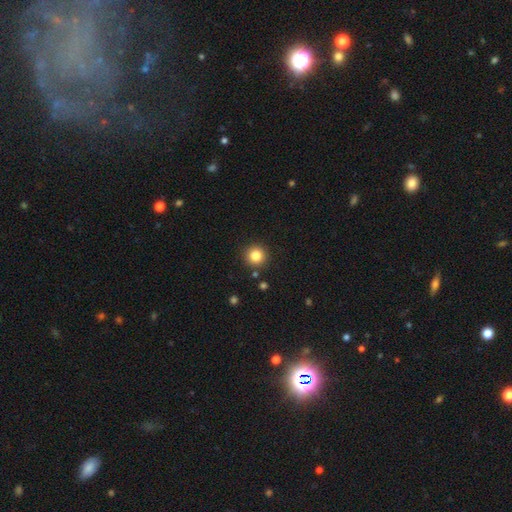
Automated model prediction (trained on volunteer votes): A smooth galaxy with no disk features (83%) that is round (95%).

Vote fractions:
- Smooth or featured? smooth: 83% / star or artifact: 11% / featured or disk: 6%
- How rounded? round: 95% / in between: 4% / cigar-shaped: 1%
- Merging? none: 90% / minor disturbance: 6% / merger: 3% / major disturbance: 2%